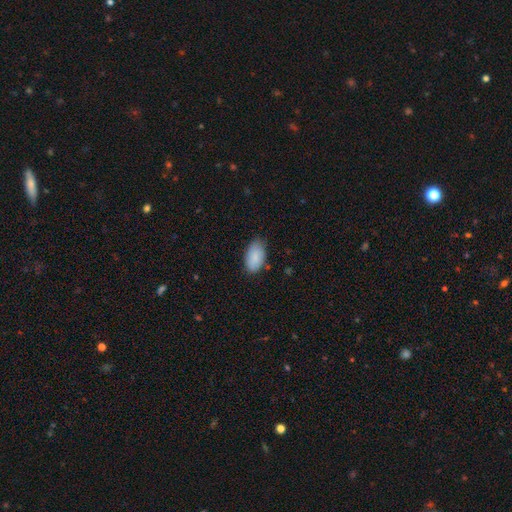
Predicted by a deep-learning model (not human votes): Smooth or featured? Predicted: smooth (p=0.87). How rounded? Predicted: in between (p=0.94). Merging? Predicted: none (p=0.74).